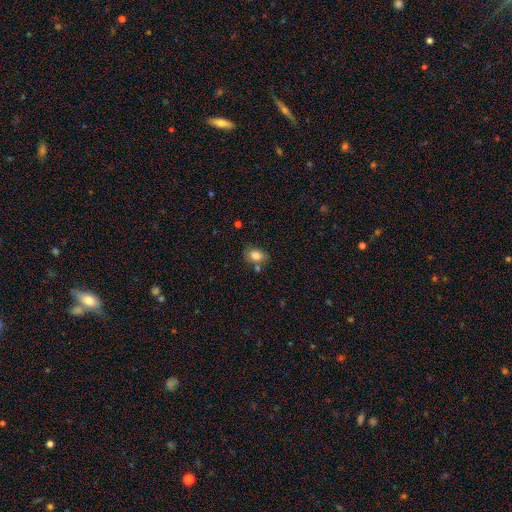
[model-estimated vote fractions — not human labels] A smooth galaxy with no disk features (83%) that is in between round and cigar-shaped (76%). Merging: none (64%).